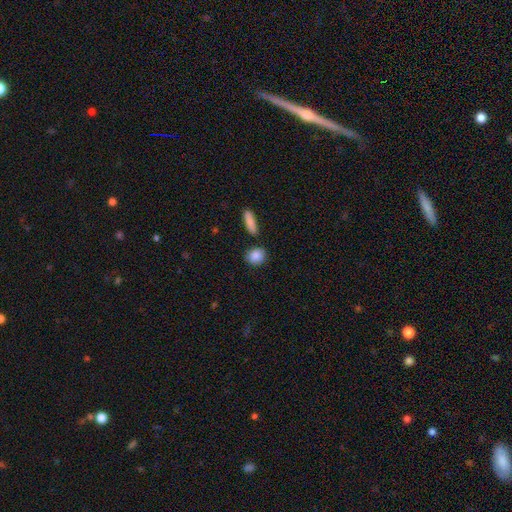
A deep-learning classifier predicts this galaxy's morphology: smooth 88%, star or artifact 7%, featured or disk 5%. Down the decision tree: how rounded — round (68%); merging — none (82%).